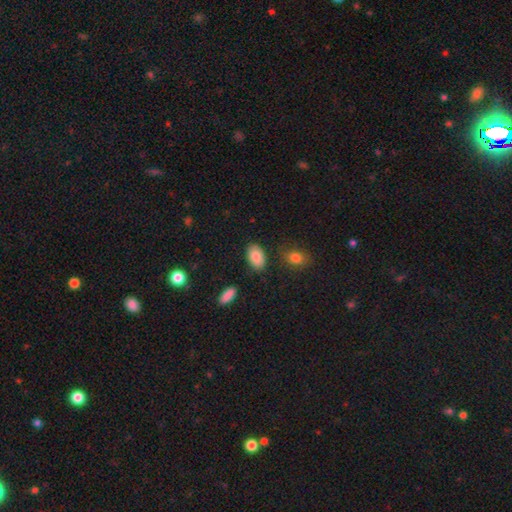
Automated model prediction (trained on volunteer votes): A smooth galaxy with no disk features (87%) that is in between round and cigar-shaped (92%).

Vote fractions:
- Smooth or featured? smooth: 87% / star or artifact: 7% / featured or disk: 7%
- How rounded? in between: 92% / round: 6% / cigar-shaped: 1%
- Merging? none: 83% / minor disturbance: 11% / merger: 3% / major disturbance: 3%